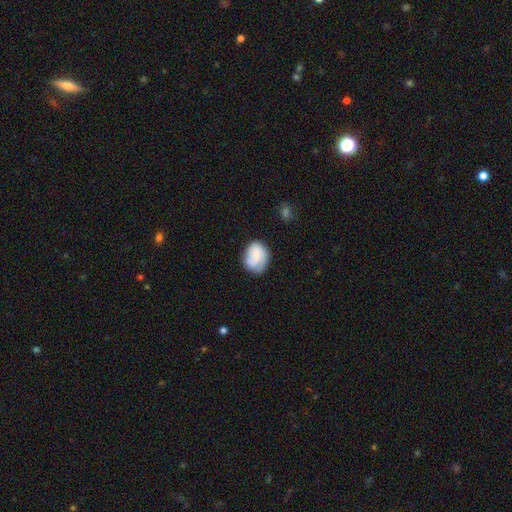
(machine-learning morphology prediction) This is likely a smooth galaxy (62%). How rounded: possibly in between (53%). Merging: likely none (62%).